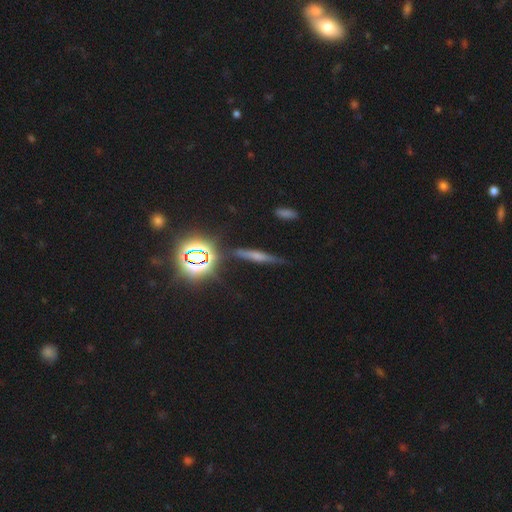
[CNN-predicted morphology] Q: Smooth or featured?
A: smooth (39%); runner-up: featured or disk (33%)
Q: Merging?
A: none (79%); runner-up: minor disturbance (13%)